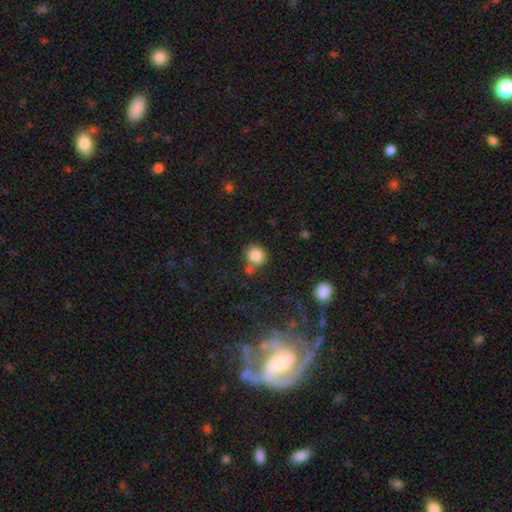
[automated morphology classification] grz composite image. It shows a smooth galaxy with no disk features (84%) that is round (89%). Merging: none (68%).